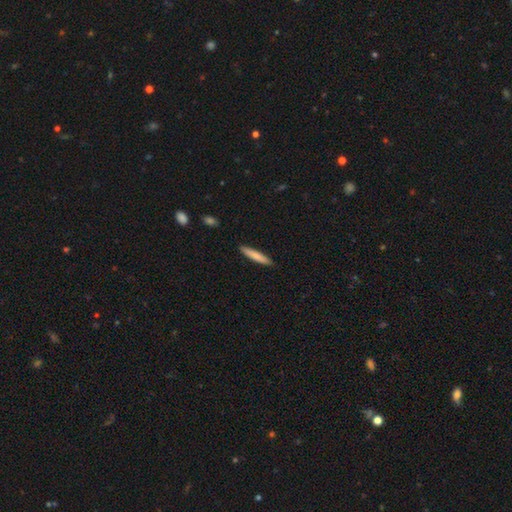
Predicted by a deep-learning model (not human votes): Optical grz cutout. It shows a smooth galaxy with no disk features (79%) that is cigar-shaped (92%). Merging: none (91%).